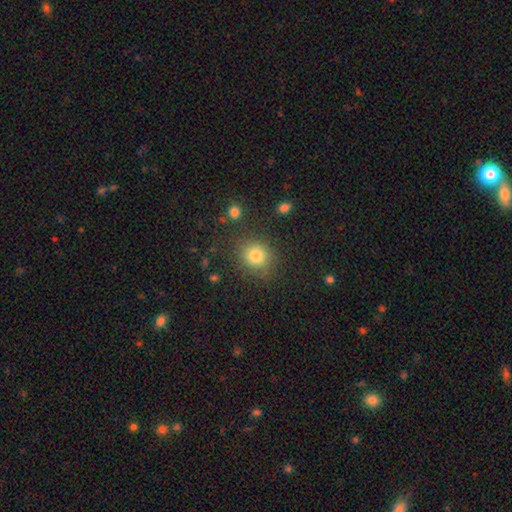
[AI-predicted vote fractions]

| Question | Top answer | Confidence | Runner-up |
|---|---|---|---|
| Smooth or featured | smooth | 80% | star or artifact (13%) |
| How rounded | round | 82% | in between (17%) |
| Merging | none | 83% | minor disturbance (10%) |